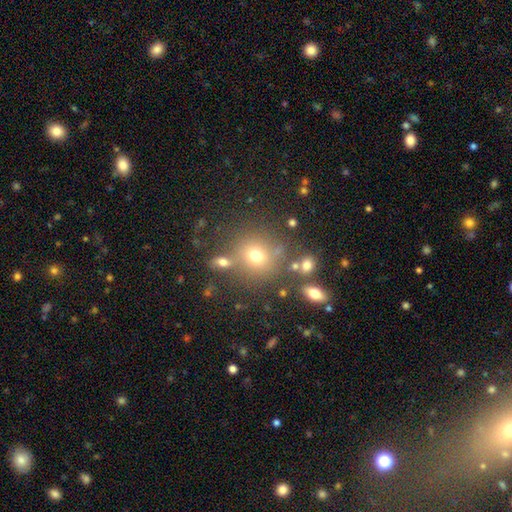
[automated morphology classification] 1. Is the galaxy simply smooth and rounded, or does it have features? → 69% smooth, 19% star or artifact, 12% featured or disk.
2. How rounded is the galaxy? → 85% round, 13% in between, 1% cigar-shaped.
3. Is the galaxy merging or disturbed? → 70% none, 14% merger, 11% minor disturbance, 5% major disturbance.